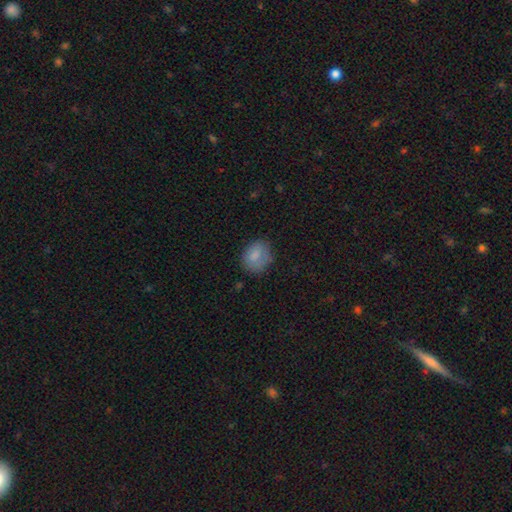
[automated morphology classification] Overall: smooth (81%). How rounded: in between (52%; round 47%). Merging: none (67%).